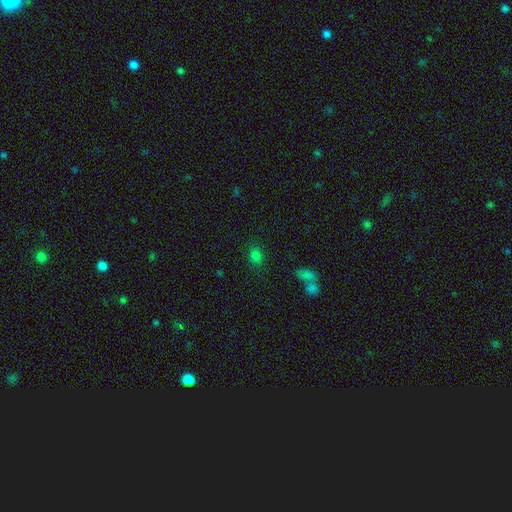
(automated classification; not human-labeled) A smooth galaxy with no disk features (76%) that is round (51%). Merging: none (78%).